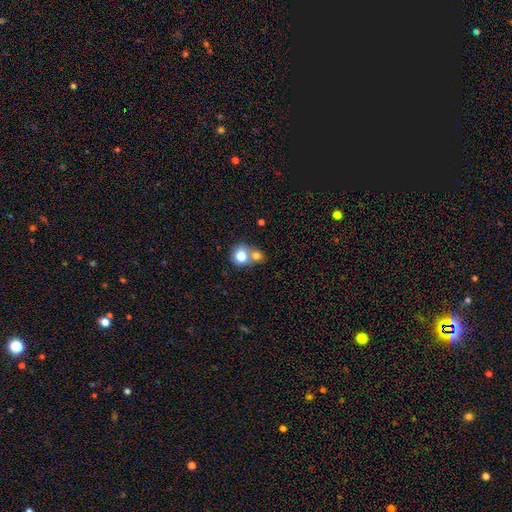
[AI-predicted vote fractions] A smooth galaxy with no disk features (74%) that is round (78%).

Vote fractions:
- Smooth or featured? smooth: 74% / featured or disk: 14% / star or artifact: 12%
- How rounded? round: 78% / in between: 21% / cigar-shaped: 1%
- Merging? merger: 52% / none: 38% / minor disturbance: 7% / major disturbance: 4%